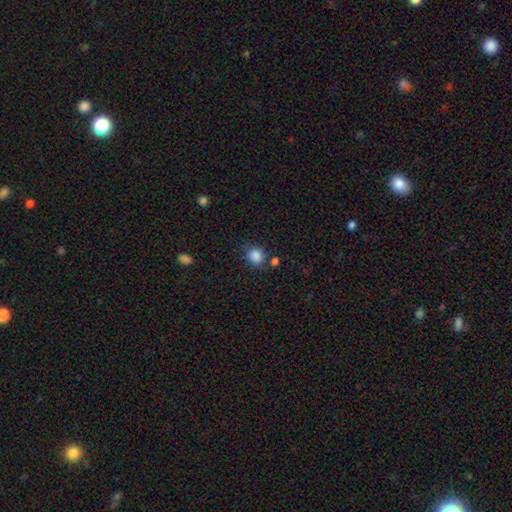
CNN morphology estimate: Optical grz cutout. It shows a smooth galaxy with no disk features (86%) that is round (74%). Merging: none (73%).